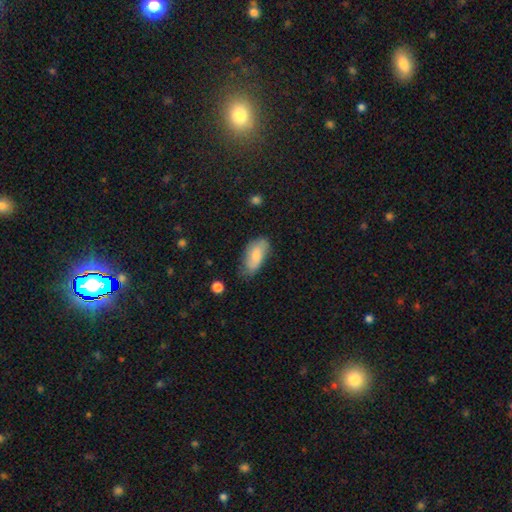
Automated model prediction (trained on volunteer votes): This is likely a smooth galaxy (73%). How rounded: clearly in between (90%). Merging: possibly none (59%).